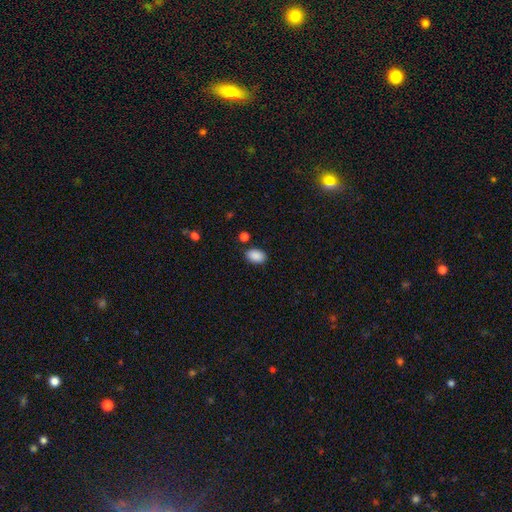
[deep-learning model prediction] Overall: smooth (89%). How rounded: in between (87%). Merging: none (84%).